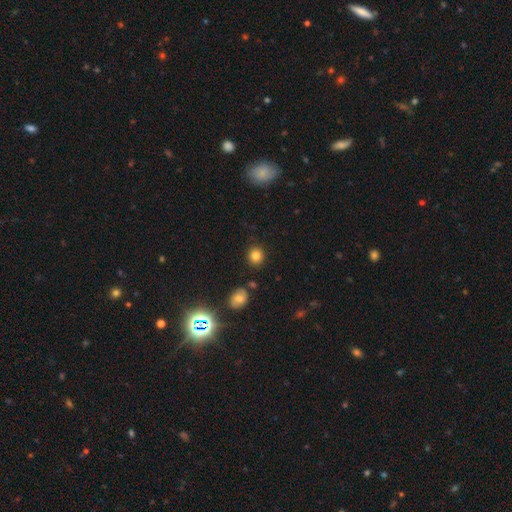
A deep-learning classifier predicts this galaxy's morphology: Smooth or featured? Predicted: smooth (p=0.81). How rounded? Predicted: round (p=0.85). Merging? Predicted: none (p=0.87).